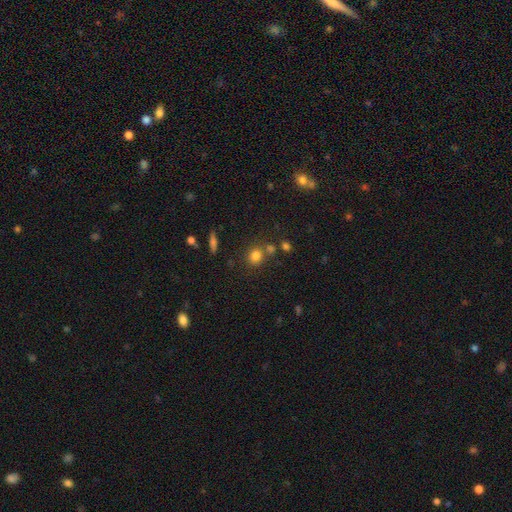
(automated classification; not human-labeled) Smooth or featured: smooth — 78% (star or artifact — 14%)
How rounded: round — 74% (in between — 25%)
Merging: none — 68% (merger — 17%)